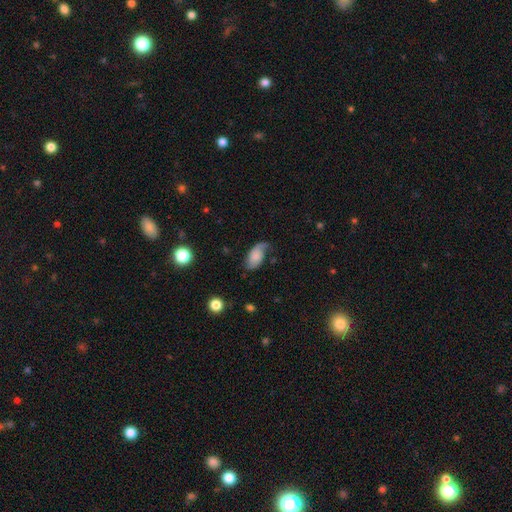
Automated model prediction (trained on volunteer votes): The model was most divided on "smooth or featured": smooth: 49%, featured or disk: 42%, star or artifact: 9%. Remaining: merging — none (48%).